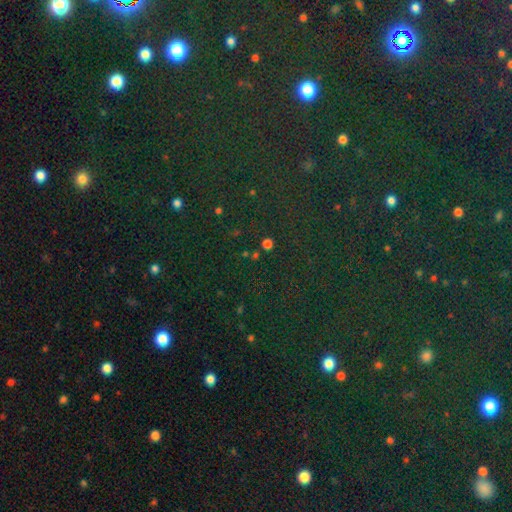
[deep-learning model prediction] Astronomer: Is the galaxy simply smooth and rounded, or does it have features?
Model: star or artifact — 68%.